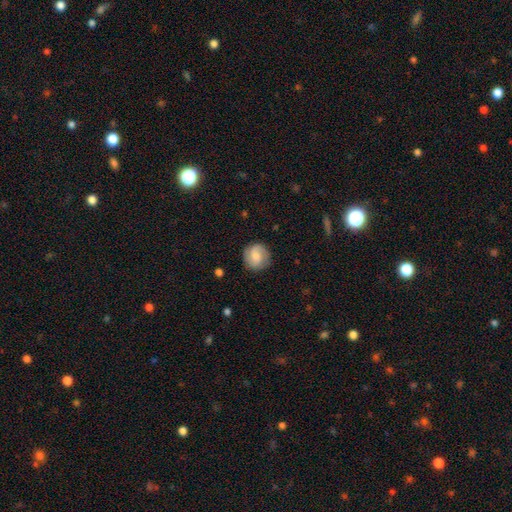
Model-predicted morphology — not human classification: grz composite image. It shows a smooth galaxy with no disk features (53%) that is round (89%). Merging: none (83%).